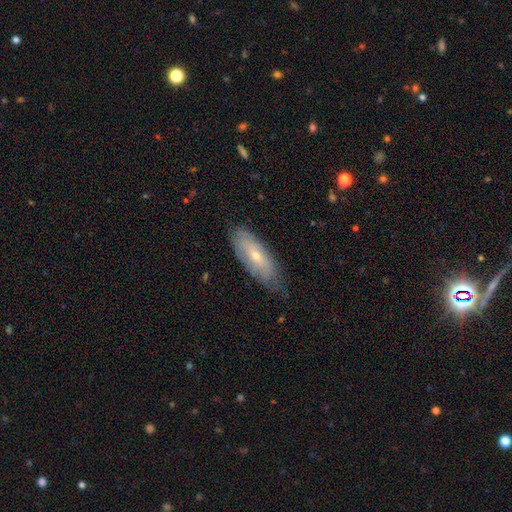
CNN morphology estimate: Overall: smooth (48%; featured or disk 45%). Merging: none (66%; minor disturbance 27%).